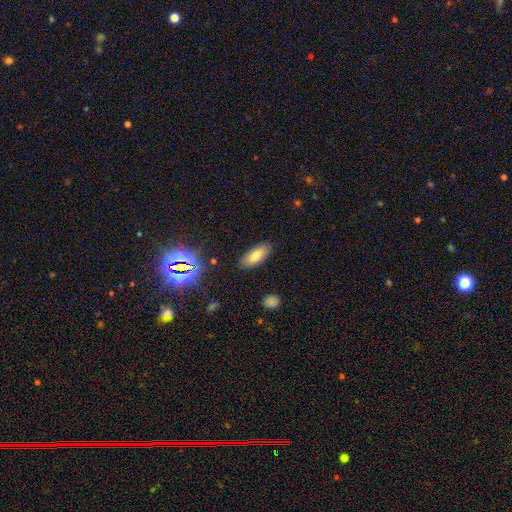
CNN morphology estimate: smooth_or_featured: smooth (p=0.78) [alt: featured or disk p=0.12]
how_rounded: in between (p=0.82) [alt: cigar-shaped p=0.15]
merging: none (p=0.86) [alt: minor disturbance p=0.10]